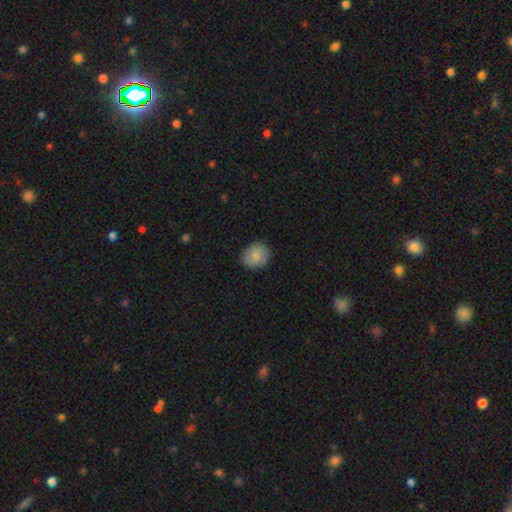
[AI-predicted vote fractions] smooth_or_featured: smooth (p=0.75) [alt: featured or disk p=0.18]
how_rounded: round (p=0.75) [alt: in between p=0.24]
merging: none (p=0.83) [alt: minor disturbance p=0.13]